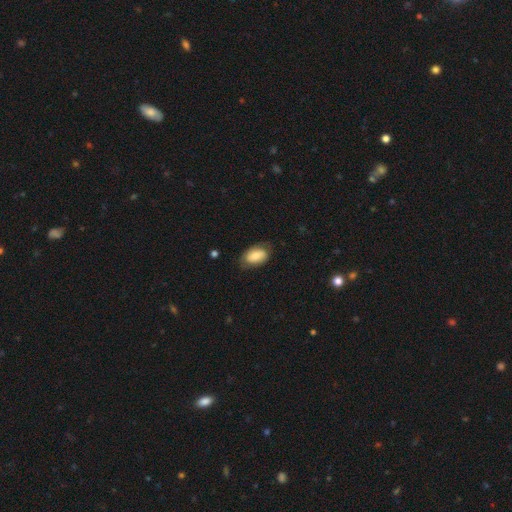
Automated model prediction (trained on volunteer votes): Overall: smooth (74%). How rounded: in between (92%). Merging: none (70%).